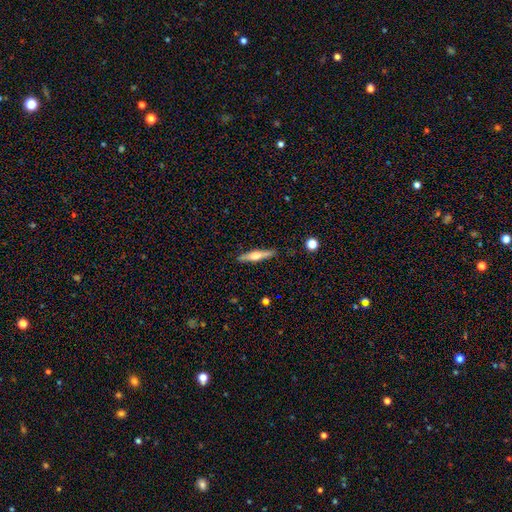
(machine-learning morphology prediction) Overall: featured or disk (57%; smooth 37%). Edge-on disk: yes (96%). Edge-on bulge: rounded (86%). Merging: none (88%).